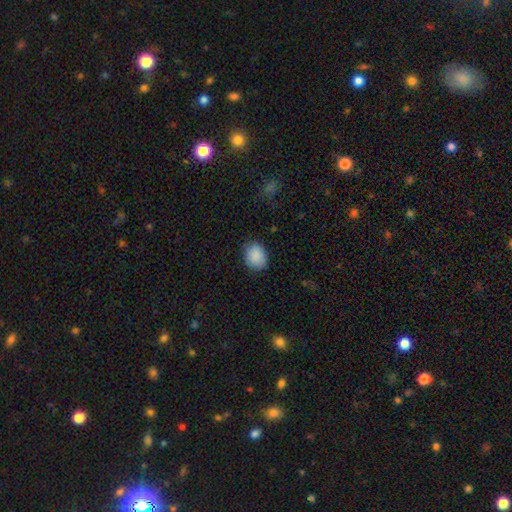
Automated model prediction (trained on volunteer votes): This appears to be a smooth galaxy with no disk features (89%) that is in between round and cigar-shaped (53%). Merging: none (82%).